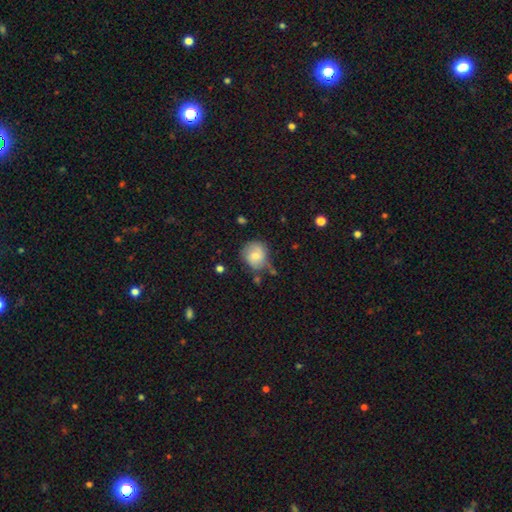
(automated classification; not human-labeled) Smooth or featured?
  - smooth: 62% *
  - featured or disk: 30%
  - star or artifact: 8%
How rounded?
  - round: 78% *
  - in between: 21%
  - cigar-shaped: 1%
Merging?
  - none: 57% *
  - minor disturbance: 28%
  - major disturbance: 9%
  - merger: 6%